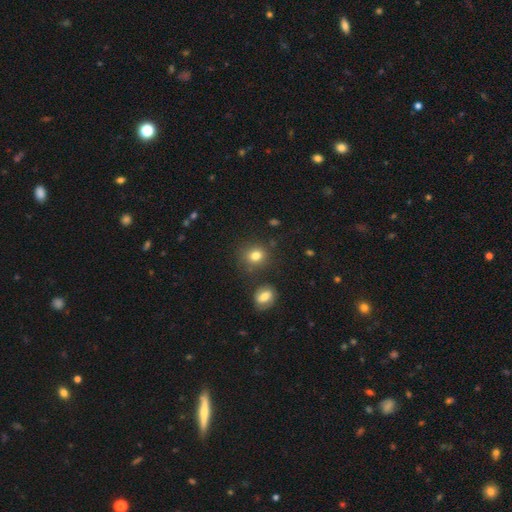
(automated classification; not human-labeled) Smooth or featured? Predicted: smooth (p=0.80). How rounded? Predicted: round (p=0.78). Merging? Predicted: none (p=0.78).